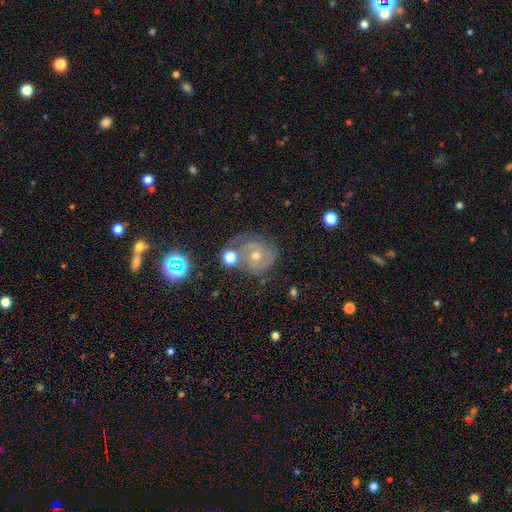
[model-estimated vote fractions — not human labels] Smooth or featured? Predicted: featured or disk (p=0.75). Edge-on disk? Predicted: no (p=0.97). Bar? Predicted: no (p=0.68). Spiral arms? Predicted: yes (p=0.91). Spiral winding? Predicted: tight (p=0.59). Spiral arm count? Predicted: 2 (p=0.58). Bulge size? Predicted: moderate (p=0.59). Merging? Predicted: none (p=0.62).